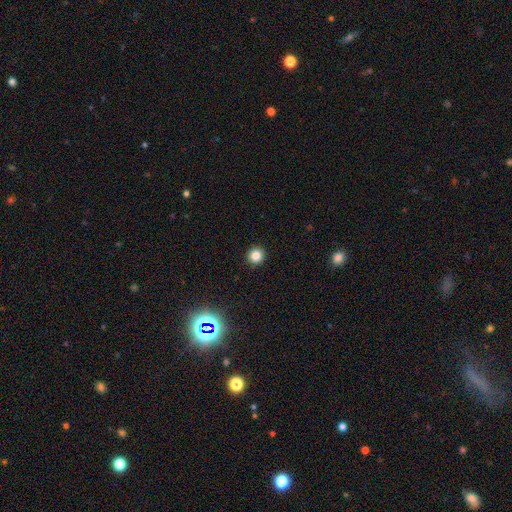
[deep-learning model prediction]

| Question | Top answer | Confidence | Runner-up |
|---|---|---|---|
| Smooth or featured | smooth | 82% | star or artifact (14%) |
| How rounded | round | 94% | in between (5%) |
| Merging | none | 93% | minor disturbance (5%) |